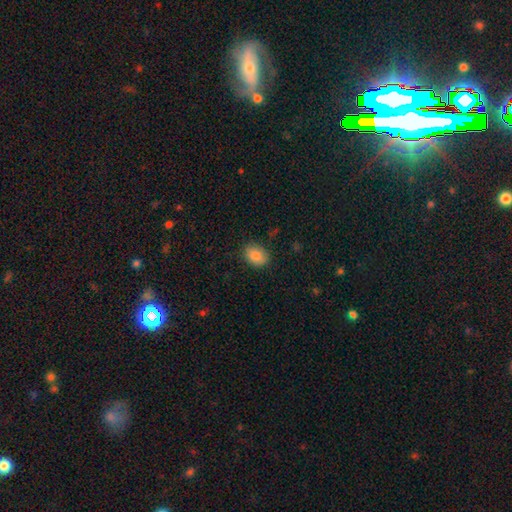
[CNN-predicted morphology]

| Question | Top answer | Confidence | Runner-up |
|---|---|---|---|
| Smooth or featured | smooth | 85% | star or artifact (8%) |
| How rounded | in between | 67% | round (32%) |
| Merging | none | 86% | minor disturbance (11%) |